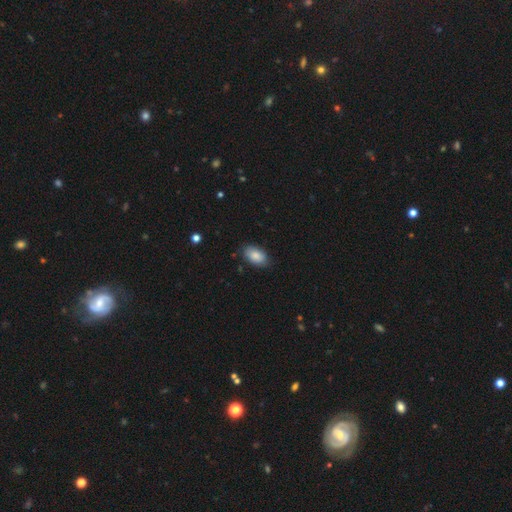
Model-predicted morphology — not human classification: smooth 86%, featured or disk 7%, star or artifact 7%. Down the decision tree: how rounded — in between (93%); merging — none (81%).